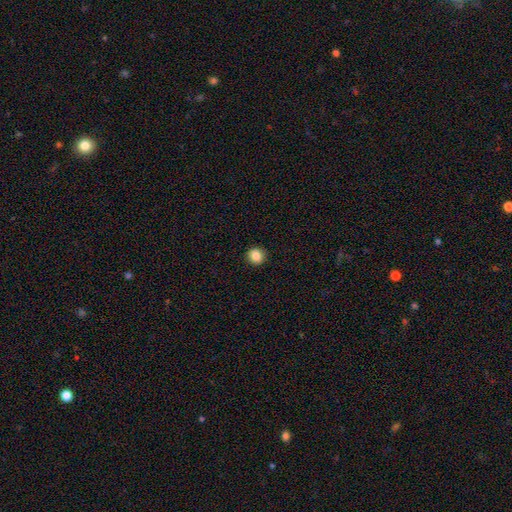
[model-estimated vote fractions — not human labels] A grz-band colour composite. It shows a smooth galaxy with no disk features (86%) that is round (88%). Merging: none (91%).